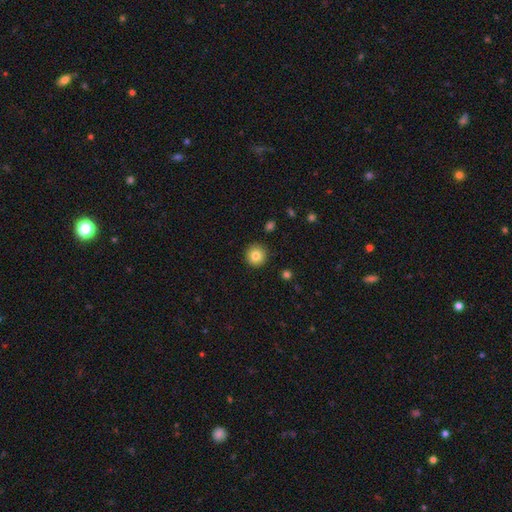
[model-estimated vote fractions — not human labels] Q: Smooth or featured?
A: smooth (82%); runner-up: star or artifact (9%)
Q: How rounded?
A: round (96%); runner-up: in between (3%)
Q: Merging?
A: none (92%); runner-up: minor disturbance (5%)